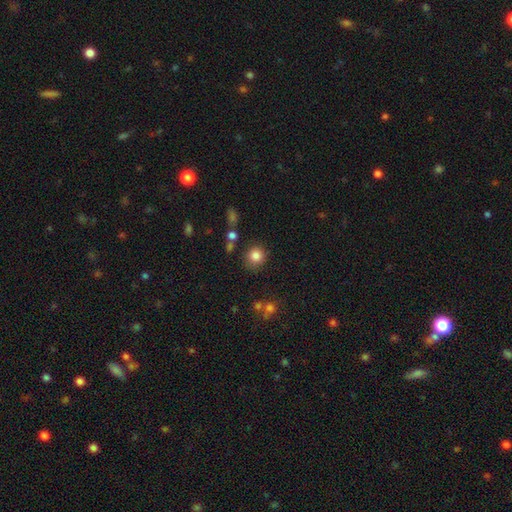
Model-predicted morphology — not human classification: Q: Smooth or featured?
A: smooth (83%); runner-up: star or artifact (11%)
Q: How rounded?
A: round (88%); runner-up: in between (11%)
Q: Merging?
A: none (81%); runner-up: minor disturbance (11%)